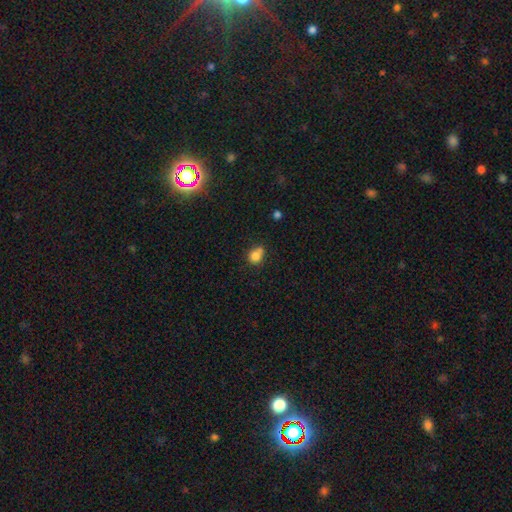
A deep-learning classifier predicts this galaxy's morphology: Smooth or featured? Predicted: smooth (p=0.80). How rounded? Predicted: round (p=0.65). Merging? Predicted: none (p=0.46).